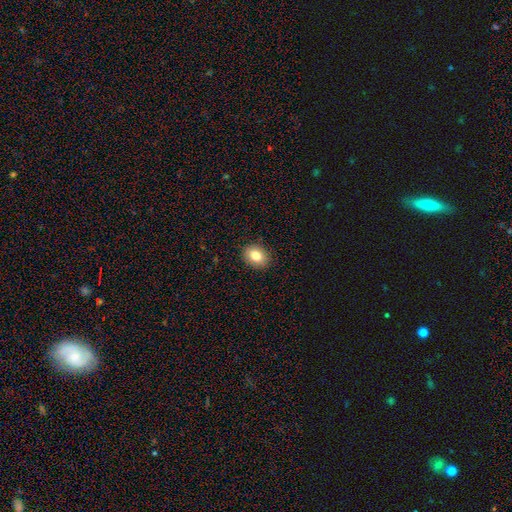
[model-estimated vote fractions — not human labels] A smooth galaxy with no disk features (82%) that is in between round and cigar-shaped (62%). Merging: none (89%).